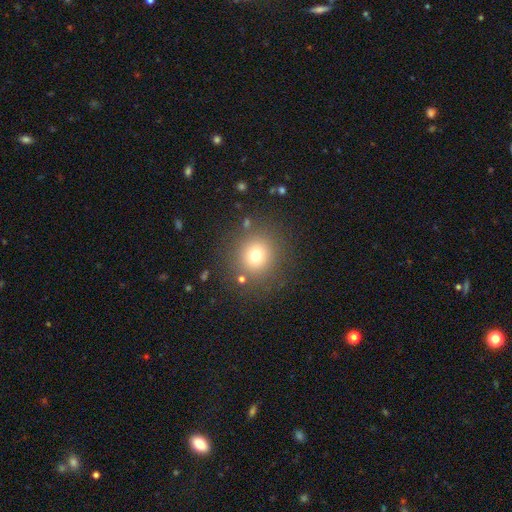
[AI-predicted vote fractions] Smooth or featured? smooth (73%)
How rounded? round (91%)
Merging? none (84%)